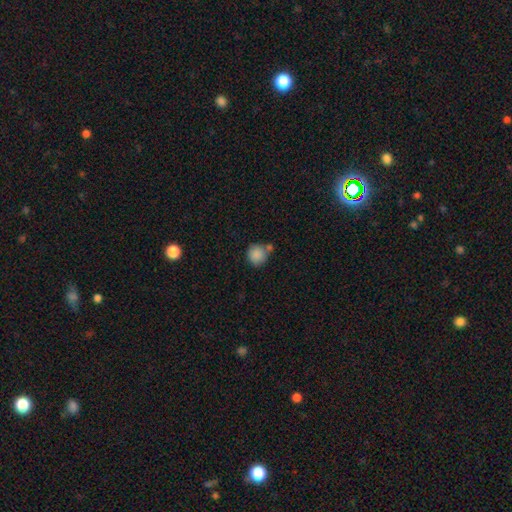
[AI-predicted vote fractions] smooth-or-featured: smooth: 87% | star or artifact: 8% | featured or disk: 5%
  how-rounded: round: 91% | in between: 8% | cigar-shaped: 1%
  merging: none: 58% | merger: 24% | minor disturbance: 13% | major disturbance: 4%